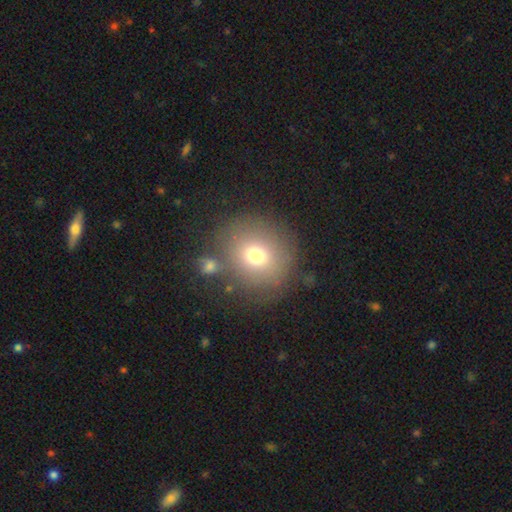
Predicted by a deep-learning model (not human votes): This is likely a smooth galaxy (71%). How rounded: clearly round (84%). Merging: likely none (74%).